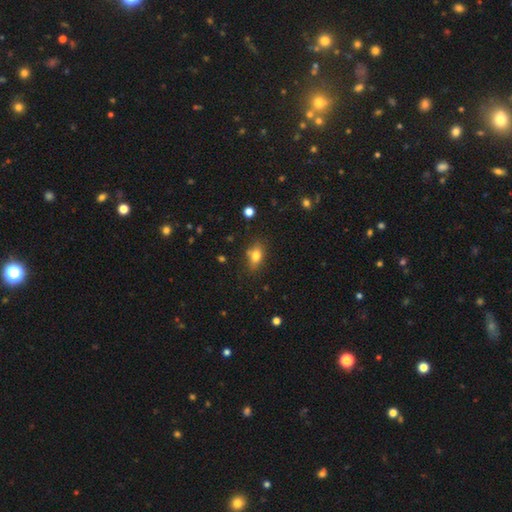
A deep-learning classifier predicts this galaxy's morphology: Overall: smooth (77%). How rounded: in between (79%). Merging: none (73%).